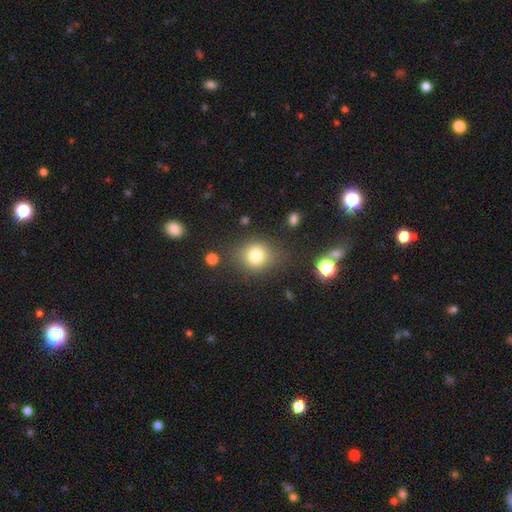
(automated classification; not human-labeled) This is likely a smooth galaxy (78%). How rounded: likely round (71%). Merging: likely none (76%).